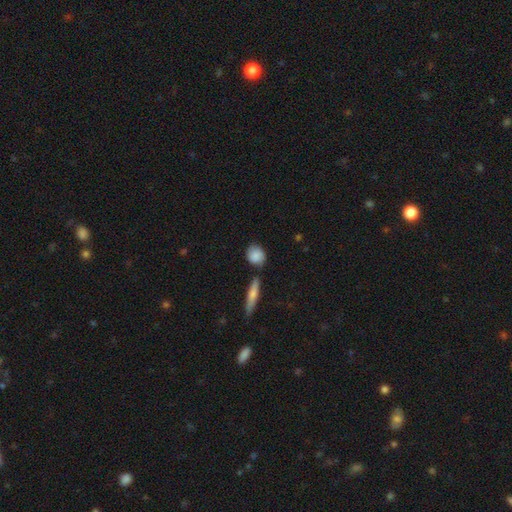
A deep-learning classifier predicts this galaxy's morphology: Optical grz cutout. It shows a smooth galaxy with no disk features (82%) that is round (64%). Merging: none (69%).